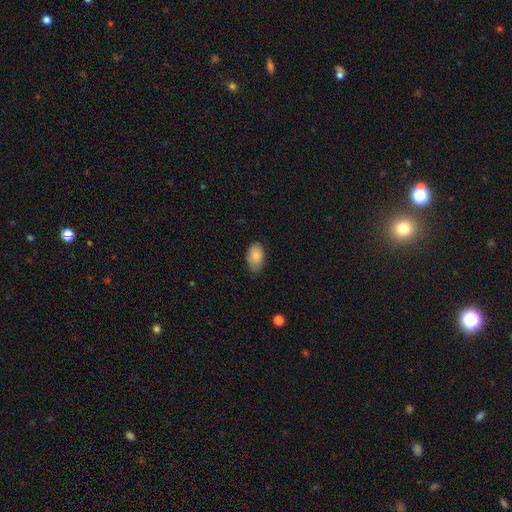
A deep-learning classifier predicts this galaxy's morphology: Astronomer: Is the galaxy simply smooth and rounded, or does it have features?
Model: smooth — 86%.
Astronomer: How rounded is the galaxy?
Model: in between — 92%.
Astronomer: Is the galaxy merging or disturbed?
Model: none — 71%.